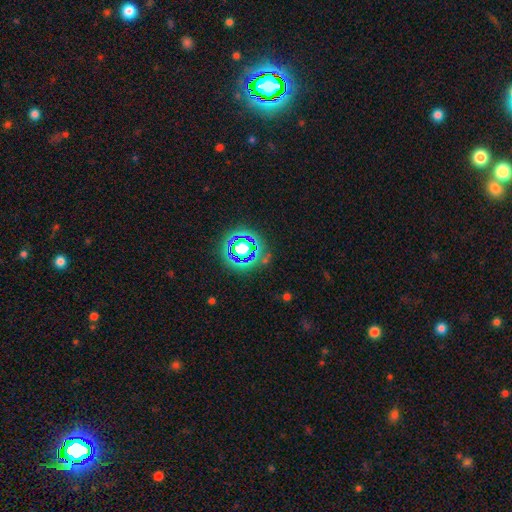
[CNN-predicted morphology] Overall: star or artifact (78%).